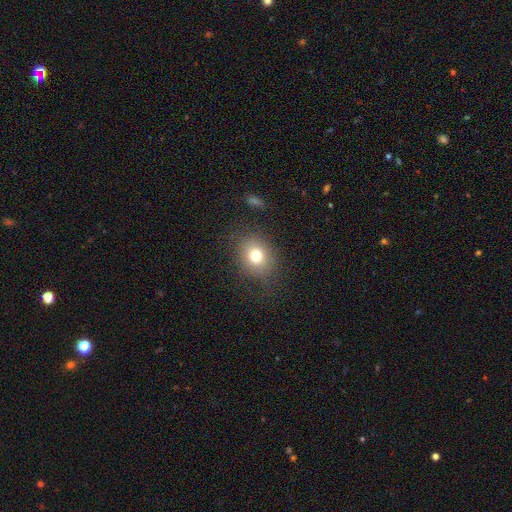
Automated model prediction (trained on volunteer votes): Morphology: type=smooth (75%); roundness=round (57%); merging=none (81%).